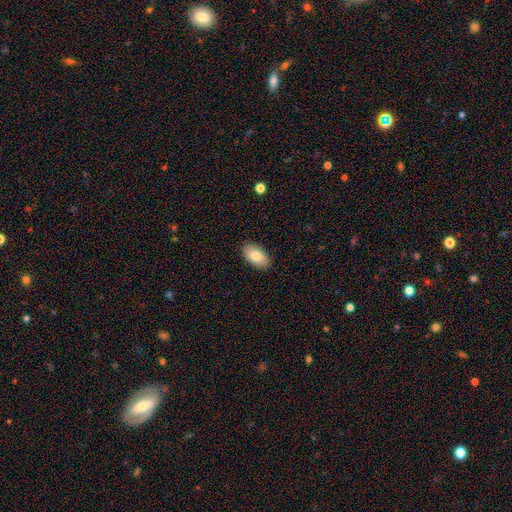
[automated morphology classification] Overall: smooth (82%). How rounded: in between (94%). Merging: none (88%).